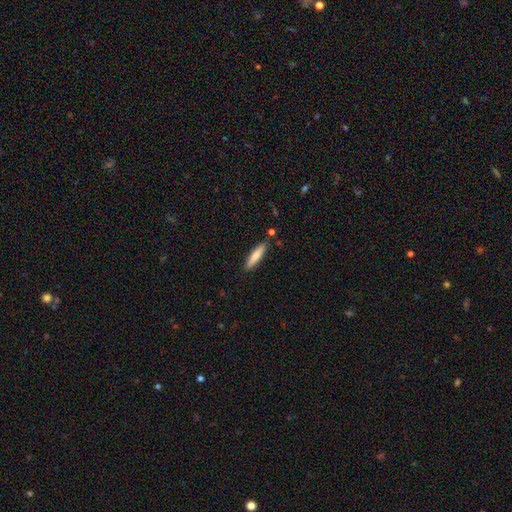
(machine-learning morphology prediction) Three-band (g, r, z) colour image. It shows a smooth galaxy with no disk features (76%) that is cigar-shaped (83%). Merging: none (87%).